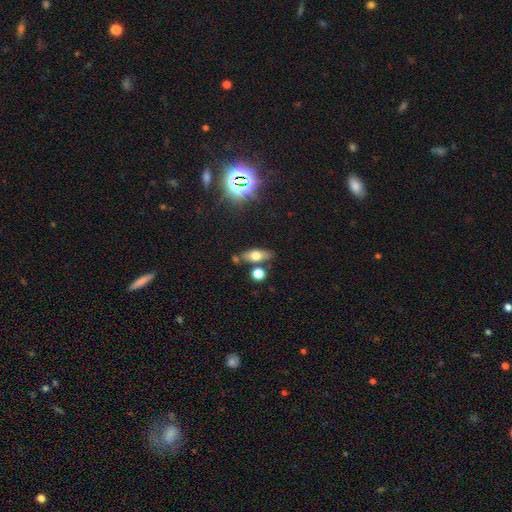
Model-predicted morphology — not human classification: smooth 58%, featured or disk 28%, star or artifact 13%. Down the decision tree: how rounded — in between (68%); merging — none (73%).